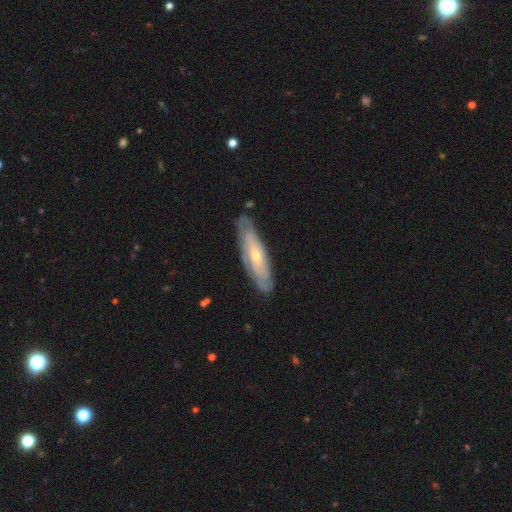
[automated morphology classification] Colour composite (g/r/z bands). It shows a featured or disk galaxy (66%). Merging: none (79%).